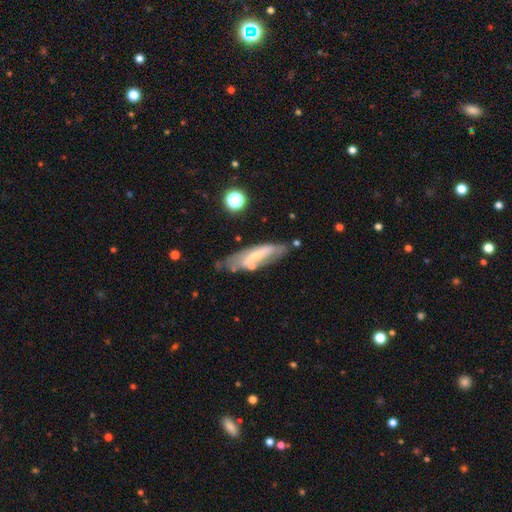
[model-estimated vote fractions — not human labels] Smooth or featured? featured or disk (55%)
Edge-on disk? no (63%)
Merging? none (61%)